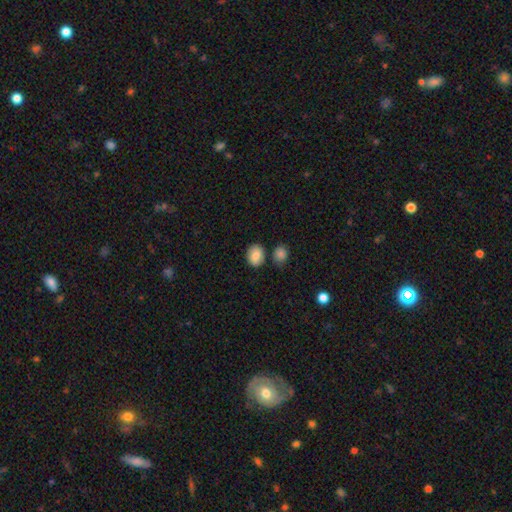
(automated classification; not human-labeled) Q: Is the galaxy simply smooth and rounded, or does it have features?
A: smooth — 85%.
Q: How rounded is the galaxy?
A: in between — 57%.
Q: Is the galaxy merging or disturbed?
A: none — 75%.